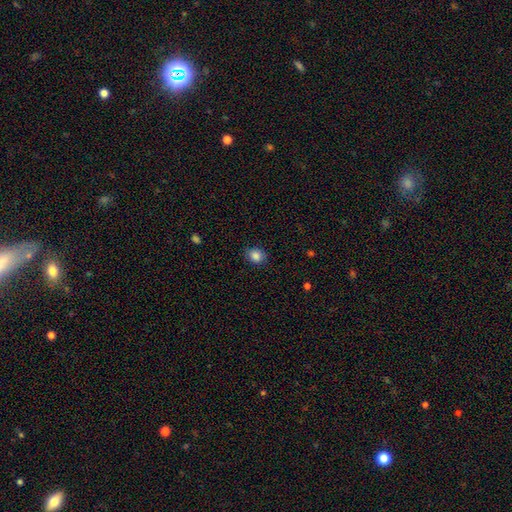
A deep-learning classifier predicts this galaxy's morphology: type=smooth (85%); roundness=round (62%); merging=none (84%).